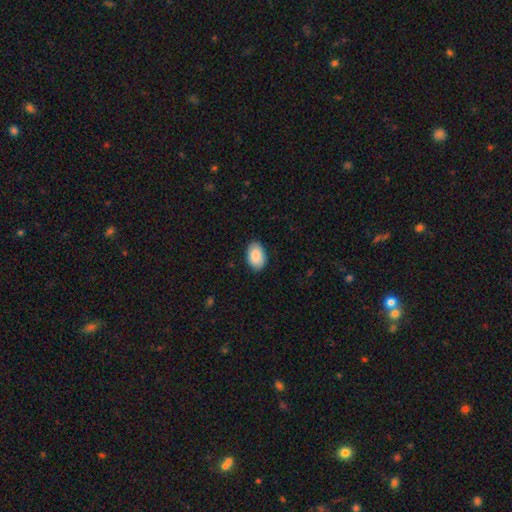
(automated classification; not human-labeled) smooth-or-featured: smooth: 88% | star or artifact: 6% | featured or disk: 6%
  how-rounded: in between: 89% | round: 10% | cigar-shaped: 1%
  merging: none: 87% | minor disturbance: 10% | major disturbance: 2% | merger: 1%